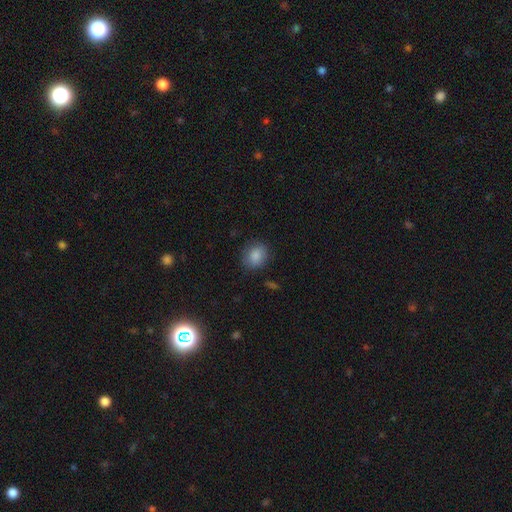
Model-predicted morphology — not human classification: smooth_or_featured: smooth (p=0.87) [alt: star or artifact p=0.08]
how_rounded: round (p=0.62) [alt: in between p=0.37]
merging: none (p=0.81) [alt: minor disturbance p=0.14]